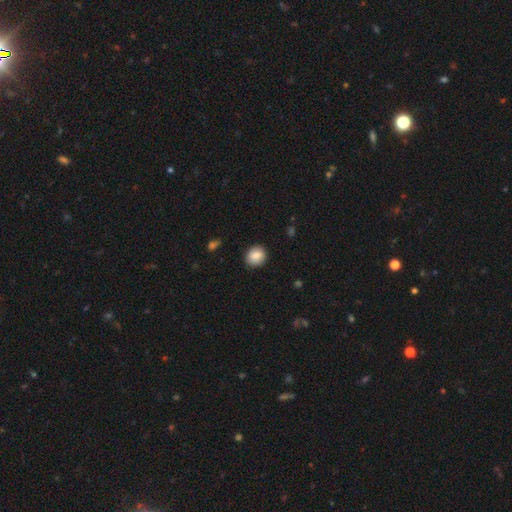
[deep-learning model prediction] Smooth or featured? smooth (86%)
How rounded? round (79%)
Merging? none (88%)